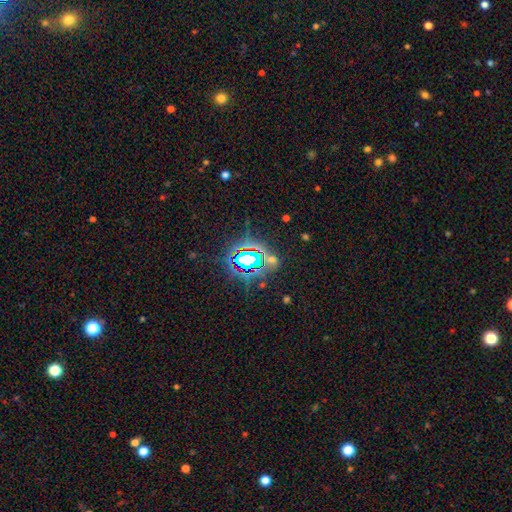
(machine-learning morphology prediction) Overall: star or artifact (73%).